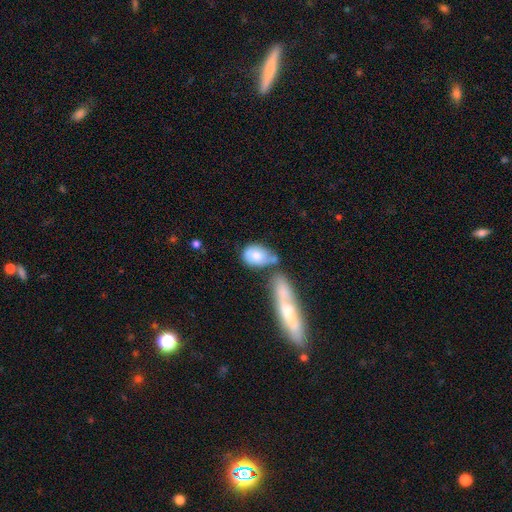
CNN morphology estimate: Smooth or featured: smooth — 69% (featured or disk — 24%)
How rounded: in between — 76% (round — 20%)
Merging: merger — 39% (none — 30%)